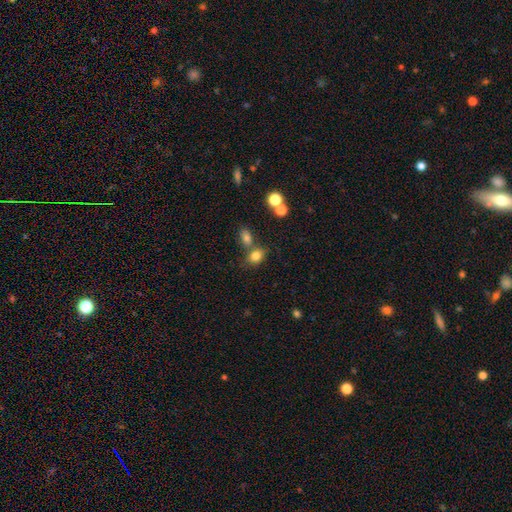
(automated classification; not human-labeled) Morphology: type=smooth (80%); roundness=in between (64%); merging=none (54%).